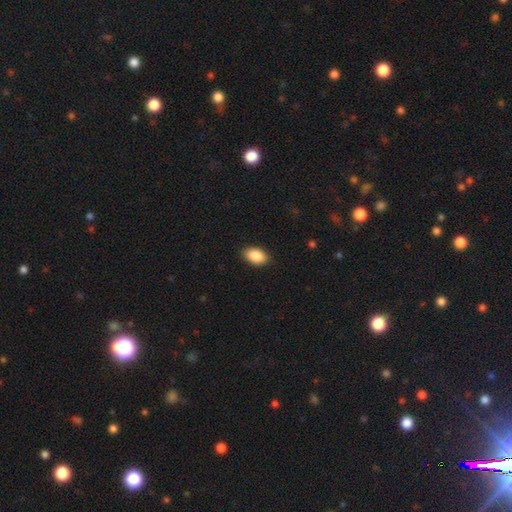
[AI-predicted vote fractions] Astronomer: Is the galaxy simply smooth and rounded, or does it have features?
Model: smooth — 89%.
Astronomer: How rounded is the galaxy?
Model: in between — 92%.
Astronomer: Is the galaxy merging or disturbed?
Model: none — 88%.